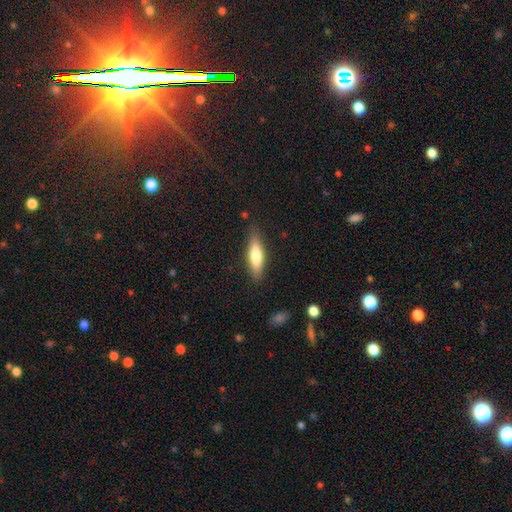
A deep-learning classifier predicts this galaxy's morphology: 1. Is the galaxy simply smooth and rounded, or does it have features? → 68% smooth, 26% featured or disk, 6% star or artifact.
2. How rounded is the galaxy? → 63% cigar-shaped, 35% in between, 2% round.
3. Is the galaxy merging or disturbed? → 84% none, 12% minor disturbance, 3% major disturbance, 2% merger.